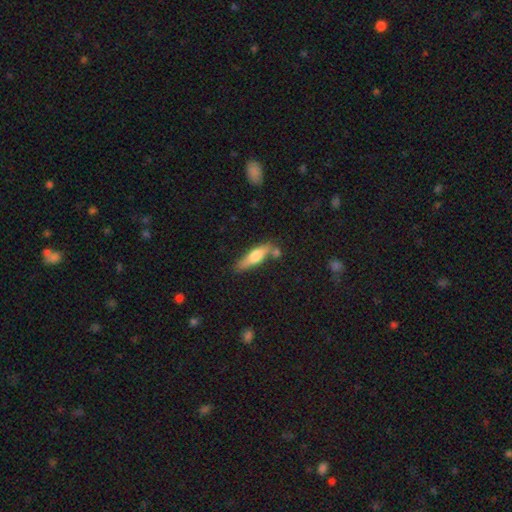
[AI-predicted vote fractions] This appears to be a smooth galaxy with no disk features (57%) that is cigar-shaped (65%). Merging: none (63%).